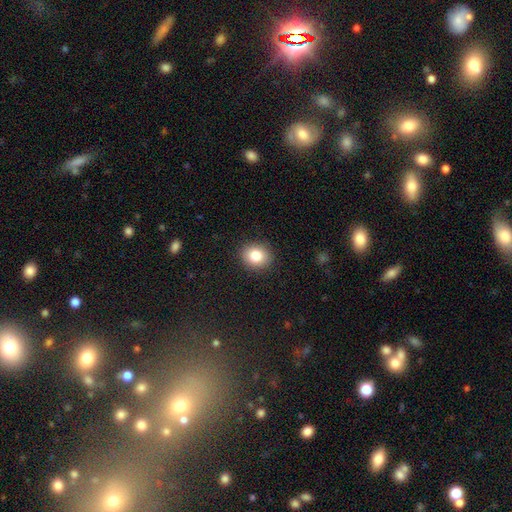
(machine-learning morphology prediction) Q: Smooth or featured?
A: smooth (82%); runner-up: star or artifact (10%)
Q: How rounded?
A: round (69%); runner-up: in between (30%)
Q: Merging?
A: none (90%); runner-up: minor disturbance (7%)